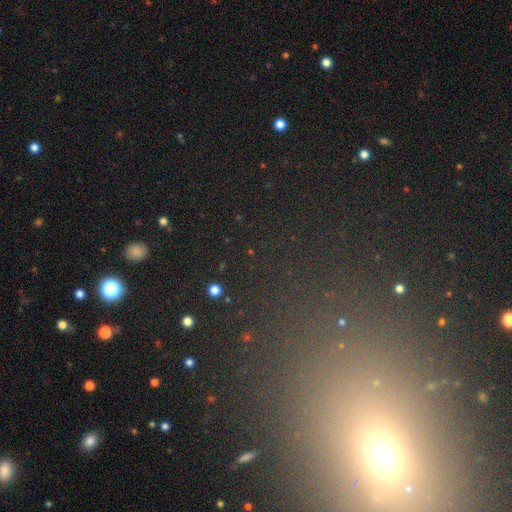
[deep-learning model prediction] Smooth or featured?
  - star or artifact: 57% *
  - smooth: 31%
  - featured or disk: 12%